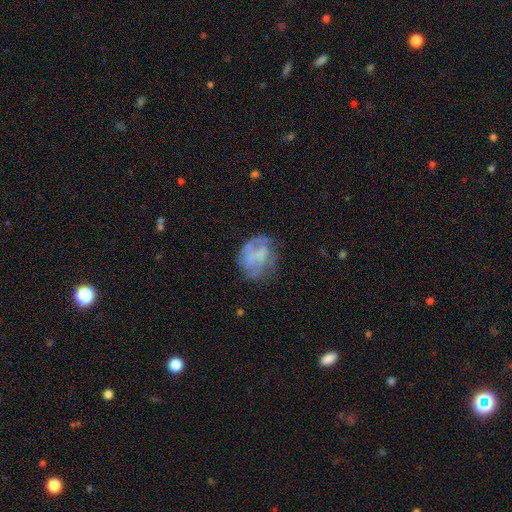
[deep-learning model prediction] smooth_or_featured: featured or disk (p=0.58) [alt: smooth p=0.31]
disk_edge_on: no (p=0.98) [alt: yes p=0.02]
bar: no (p=0.71) [alt: weak p=0.21]
has_spiral_arms: no (p=0.64) [alt: yes p=0.36]
bulge_size: none (p=0.70) [alt: small p=0.13]
merging: none (p=0.48) [alt: major disturbance p=0.24]